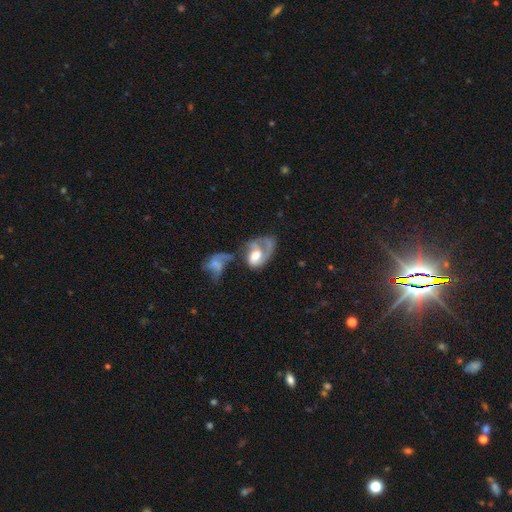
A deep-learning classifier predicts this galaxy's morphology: The model was most divided on "merging": merger: 35%, major disturbance: 32%, none: 19%, minor disturbance: 14%. Remaining: edge-on disk — no (97%); spiral arms — yes (76%); smooth or featured — featured or disk (68%); bar — no (64%); bulge size — moderate (47%).